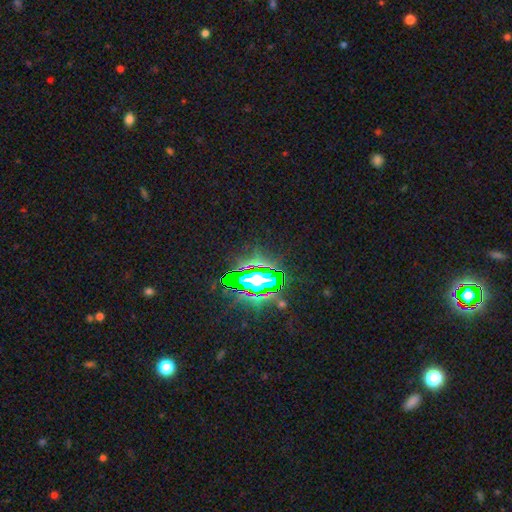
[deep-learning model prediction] smooth-or-featured: star or artifact: 75% | smooth: 13% | featured or disk: 12%